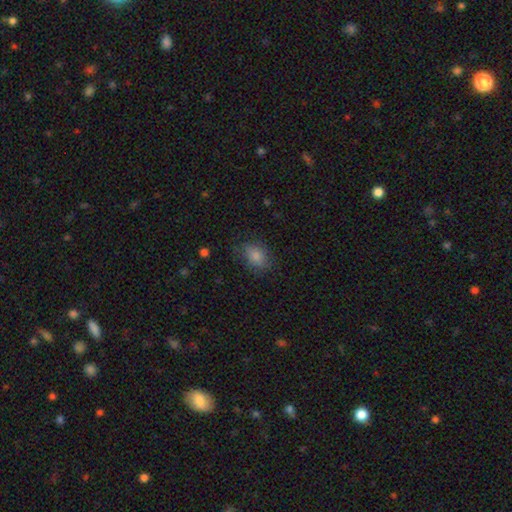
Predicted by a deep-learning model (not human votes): This appears to be a smooth galaxy with no disk features (81%) that is in between round and cigar-shaped (73%). Merging: none (79%).